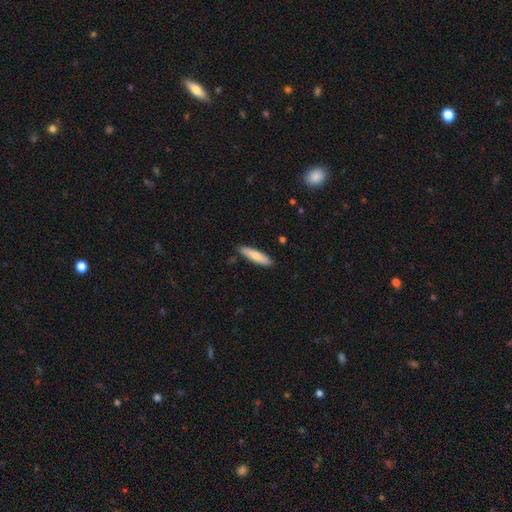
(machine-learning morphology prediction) Smooth or featured?
  - smooth: 77% *
  - featured or disk: 18%
  - star or artifact: 6%
How rounded?
  - cigar-shaped: 75% *
  - in between: 24%
  - round: 1%
Merging?
  - none: 86% *
  - minor disturbance: 11%
  - major disturbance: 2%
  - merger: 2%